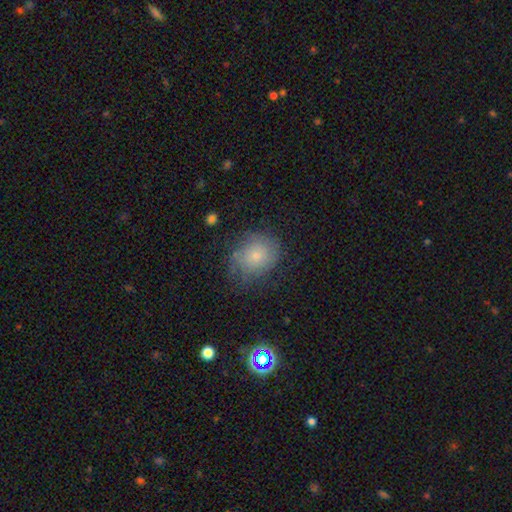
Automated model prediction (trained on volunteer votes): Smooth or featured? smooth (69%)
How rounded? round (64%)
Merging? none (65%)